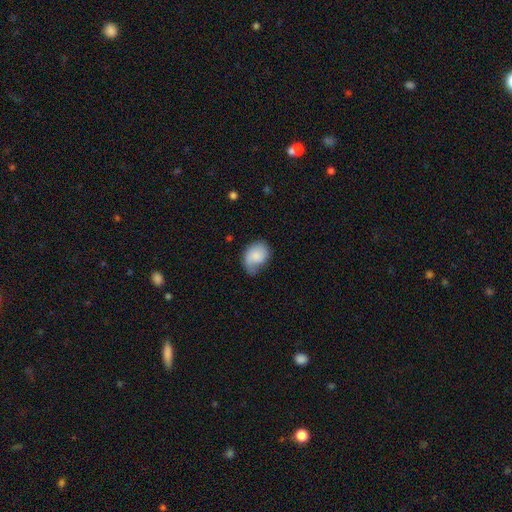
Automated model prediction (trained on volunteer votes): smooth_or_featured: smooth (p=0.72) [alt: featured or disk p=0.20]
how_rounded: in between (p=0.67) [alt: round p=0.32]
merging: none (p=0.40) [alt: minor disturbance p=0.39]